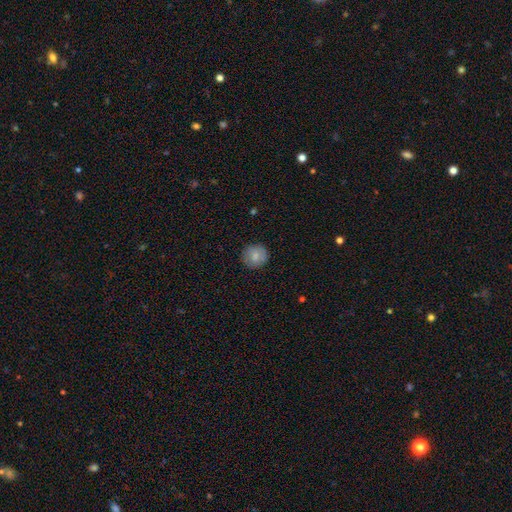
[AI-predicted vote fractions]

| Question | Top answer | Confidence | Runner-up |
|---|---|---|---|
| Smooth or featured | smooth | 82% | featured or disk (10%) |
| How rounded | round | 92% | in between (7%) |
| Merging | none | 89% | minor disturbance (8%) |